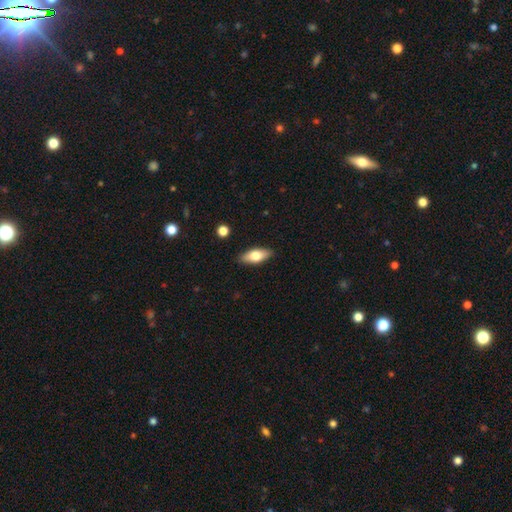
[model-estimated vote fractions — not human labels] Smooth or featured?
  - smooth: 70% *
  - featured or disk: 24%
  - star or artifact: 6%
How rounded?
  - in between: 81% *
  - cigar-shaped: 16%
  - round: 3%
Merging?
  - none: 88% *
  - minor disturbance: 9%
  - major disturbance: 2%
  - merger: 1%